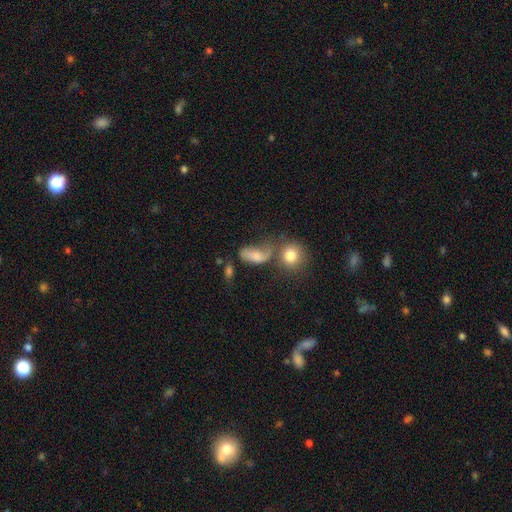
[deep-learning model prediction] A smooth galaxy with no disk features (69%) that is in between round and cigar-shaped (76%). Merging: none (30%).